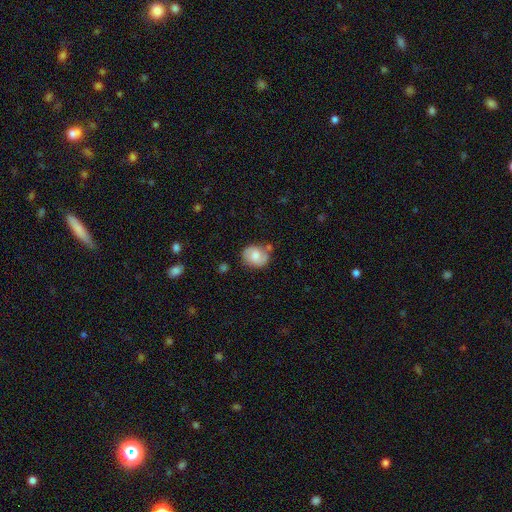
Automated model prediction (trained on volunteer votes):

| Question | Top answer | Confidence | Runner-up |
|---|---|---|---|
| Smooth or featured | smooth | 46% | tied: featured or disk (46%) |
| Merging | none | 69% | minor disturbance (20%) |